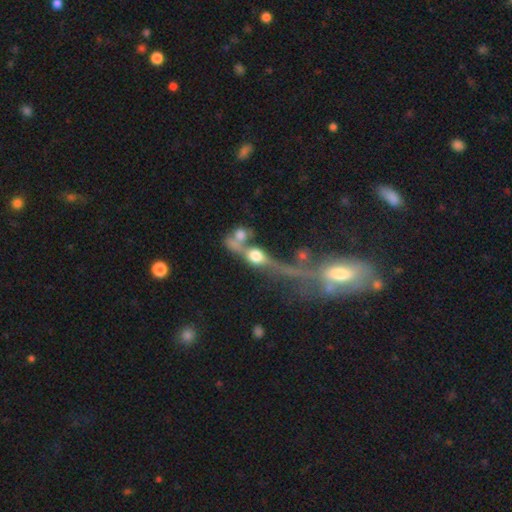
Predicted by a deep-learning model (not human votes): Overall: featured or disk (43%; smooth 41%). Merging: merger (47%; none 25%).